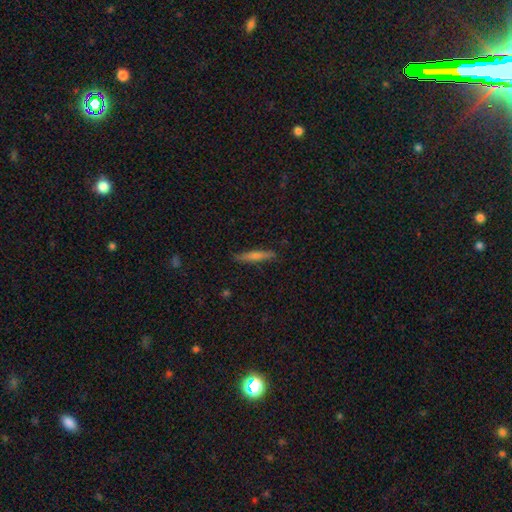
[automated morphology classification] smooth-or-featured: smooth: 57% | featured or disk: 35% | star or artifact: 7%
  how-rounded: cigar-shaped: 92% | in between: 6% | round: 2%
  merging: none: 86% | minor disturbance: 11% | major disturbance: 2% | merger: 1%